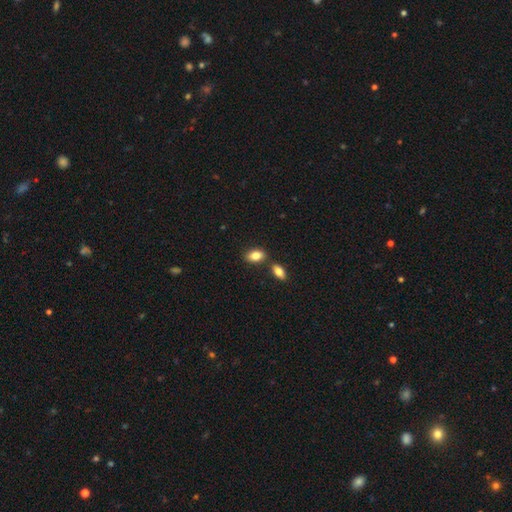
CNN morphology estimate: Q: Smooth or featured?
A: smooth (84%); runner-up: featured or disk (9%)
Q: How rounded?
A: in between (89%); runner-up: round (8%)
Q: Merging?
A: none (70%); runner-up: merger (17%)